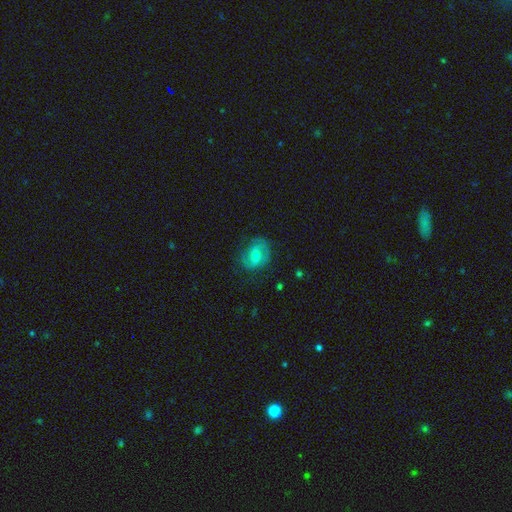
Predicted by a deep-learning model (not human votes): The model was most divided on "smooth or featured": smooth: 46%, featured or disk: 45%, star or artifact: 9%. More confident: merging — none (66%).